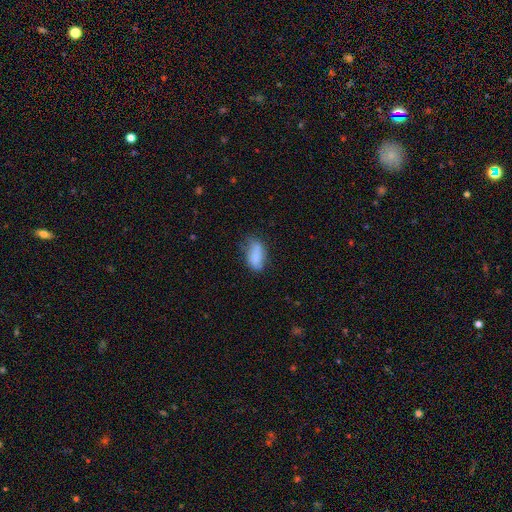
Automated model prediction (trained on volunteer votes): Smooth or featured?
  - smooth: 78% *
  - featured or disk: 14%
  - star or artifact: 8%
How rounded?
  - in between: 91% *
  - cigar-shaped: 5%
  - round: 4%
Merging?
  - none: 51% *
  - minor disturbance: 33%
  - major disturbance: 11%
  - merger: 4%